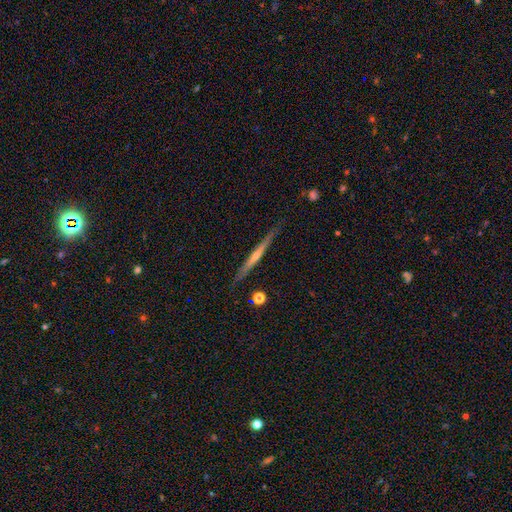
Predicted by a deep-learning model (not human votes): A featured or disk galaxy (76%) viewed edge-on (98%) with a rounded central bulge (66%).

Vote fractions:
- Smooth or featured? featured or disk: 76% / smooth: 17% / star or artifact: 7%
- Edge-on disk? yes: 98% / no: 2%
- Edge-on bulge? rounded: 66% / none: 28% / boxy: 6%
- Merging? none: 89% / minor disturbance: 8% / major disturbance: 1% / merger: 1%